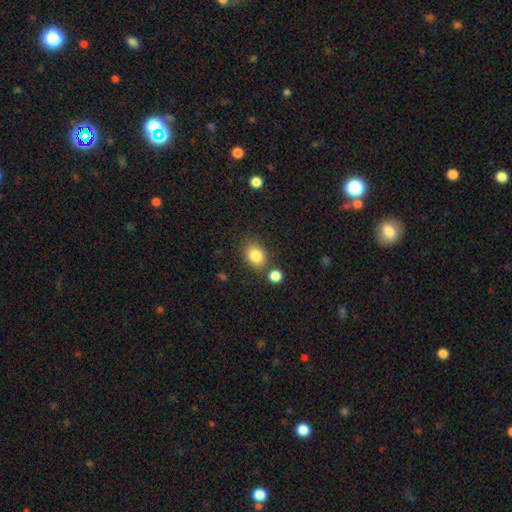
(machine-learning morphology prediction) A smooth galaxy with no disk features (83%) that is in between round and cigar-shaped (53%). Merging: none (73%).